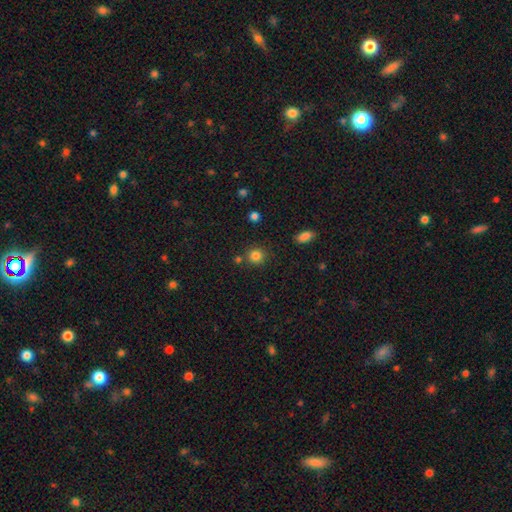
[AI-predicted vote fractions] The model was most divided on "smooth or featured": smooth: 83%, star or artifact: 12%, featured or disk: 5%. More confident: how rounded — round (90%); merging — none (80%).